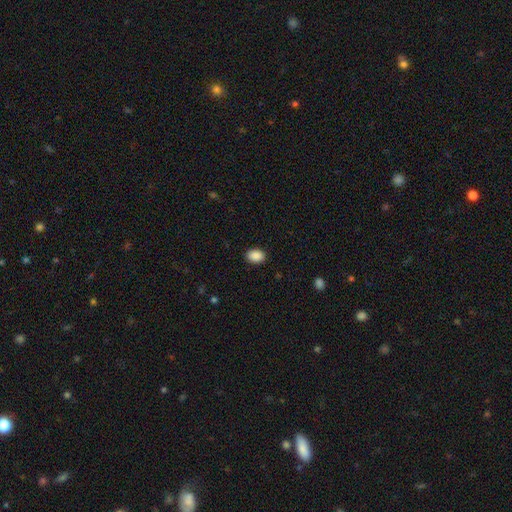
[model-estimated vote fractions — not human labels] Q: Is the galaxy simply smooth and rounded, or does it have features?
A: smooth — 90%.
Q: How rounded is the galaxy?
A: in between — 79%.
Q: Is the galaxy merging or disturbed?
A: none — 89%.